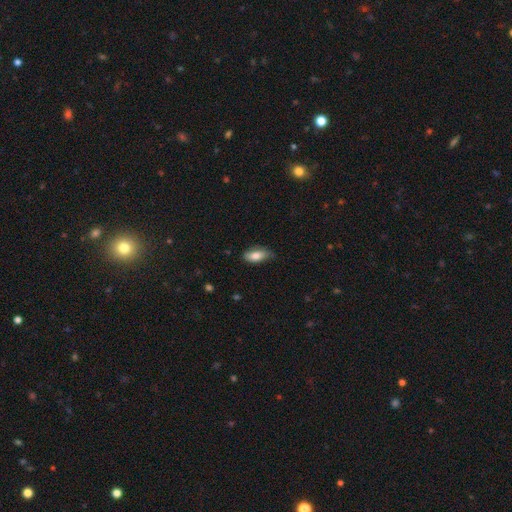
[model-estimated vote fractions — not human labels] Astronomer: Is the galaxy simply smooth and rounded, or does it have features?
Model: smooth — 80%.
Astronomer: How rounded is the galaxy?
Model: in between — 87%.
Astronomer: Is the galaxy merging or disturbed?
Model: none — 69%.